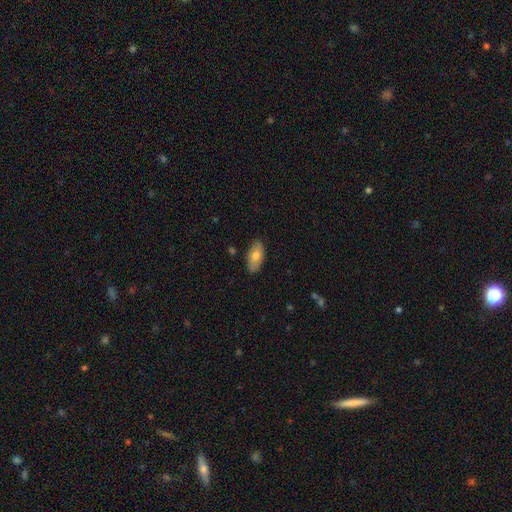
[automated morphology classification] smooth 70%, featured or disk 24%, star or artifact 6%. Down the decision tree: how rounded — in between (92%); merging — none (85%).